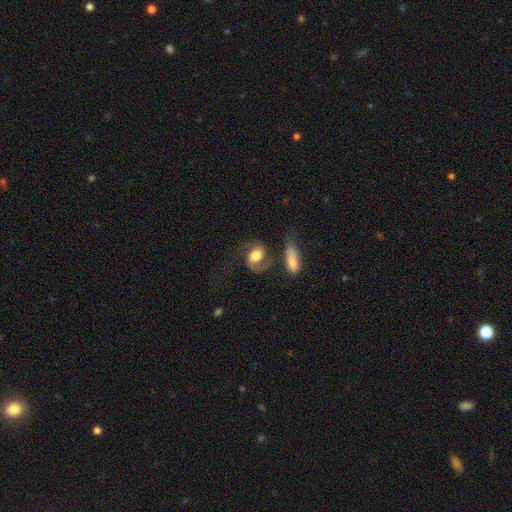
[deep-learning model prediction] This appears to be a featured or disk galaxy (58%) with no bar (56%), spiral arms (88%) and a moderate central bulge (46%). Merging: none (40%).